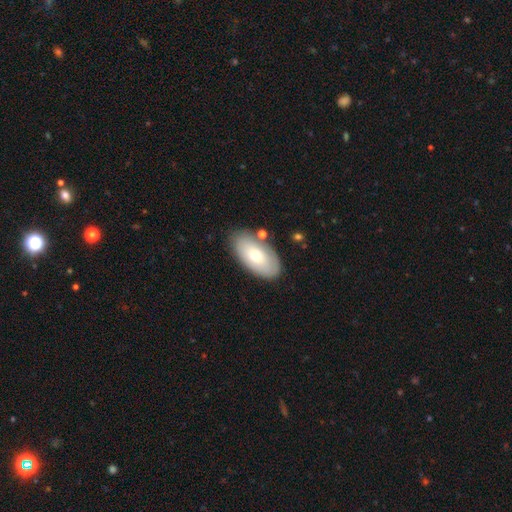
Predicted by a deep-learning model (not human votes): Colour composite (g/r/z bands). It shows a smooth galaxy with no disk features (66%) that is in between round and cigar-shaped (94%). Merging: none (79%).